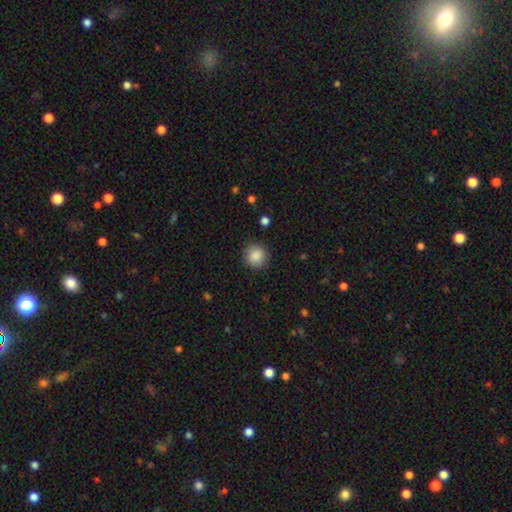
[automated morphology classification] smooth-or-featured: smooth: 88% | star or artifact: 8% | featured or disk: 3%
  how-rounded: round: 93% | in between: 6% | cigar-shaped: 1%
  merging: none: 90% | minor disturbance: 7% | major disturbance: 2% | merger: 1%